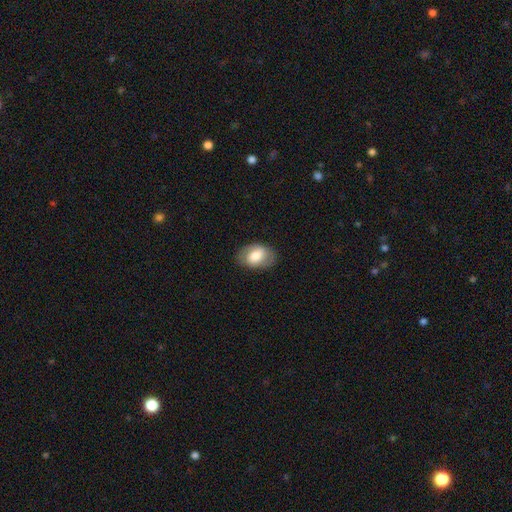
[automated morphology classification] Q: Smooth or featured?
A: smooth (64%); runner-up: featured or disk (29%)
Q: How rounded?
A: in between (83%); runner-up: round (16%)
Q: Merging?
A: none (80%); runner-up: minor disturbance (14%)